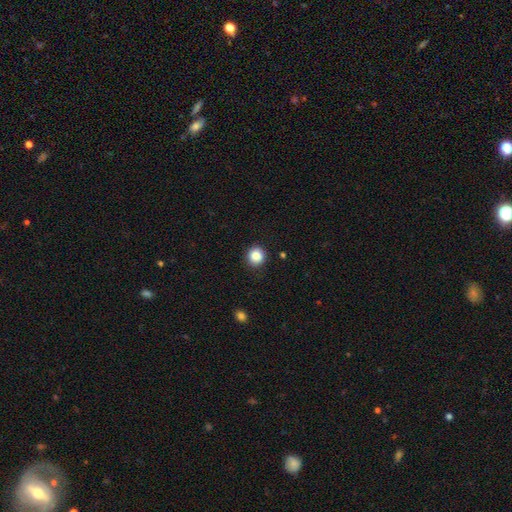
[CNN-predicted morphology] Smooth or featured? Predicted: smooth (p=0.86). How rounded? Predicted: round (p=0.90). Merging? Predicted: none (p=0.90).